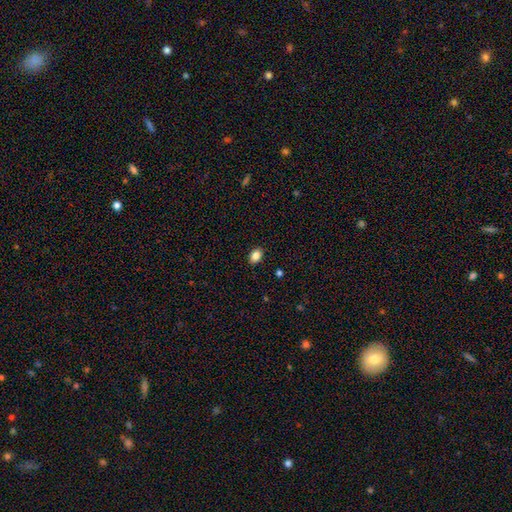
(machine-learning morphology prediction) smooth_or_featured: smooth (p=0.85) [alt: star or artifact p=0.09]
how_rounded: in between (p=0.76) [alt: round p=0.23]
merging: none (p=0.89) [alt: minor disturbance p=0.08]